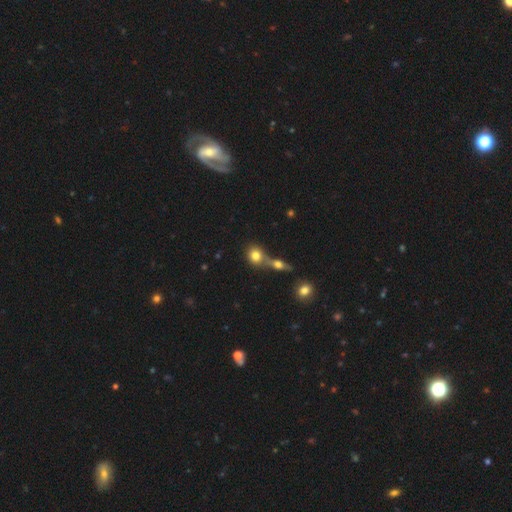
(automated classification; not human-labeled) This is likely a smooth galaxy (78%). How rounded: likely round (69%). Merging: marginally none (44%).